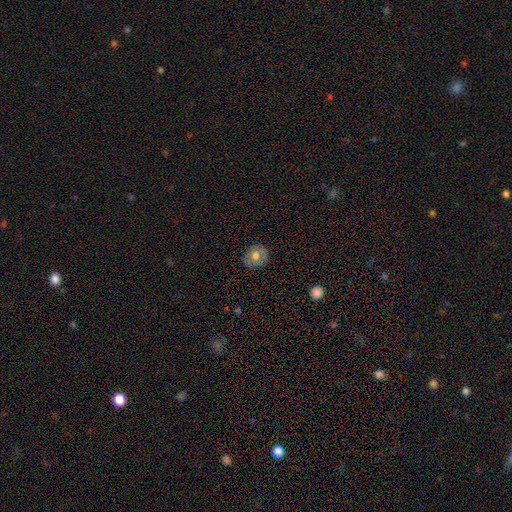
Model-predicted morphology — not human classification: Q: Smooth or featured?
A: smooth (62%); runner-up: featured or disk (29%)
Q: How rounded?
A: round (81%); runner-up: in between (18%)
Q: Merging?
A: none (84%); runner-up: minor disturbance (12%)